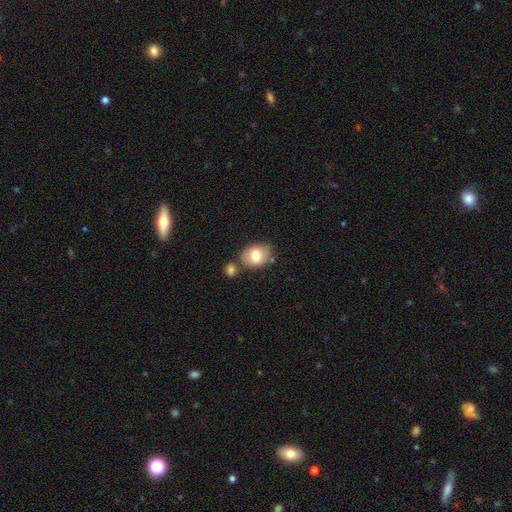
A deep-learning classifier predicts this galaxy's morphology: A smooth galaxy with no disk features (74%) that is in between round and cigar-shaped (64%). Merging: none (60%).